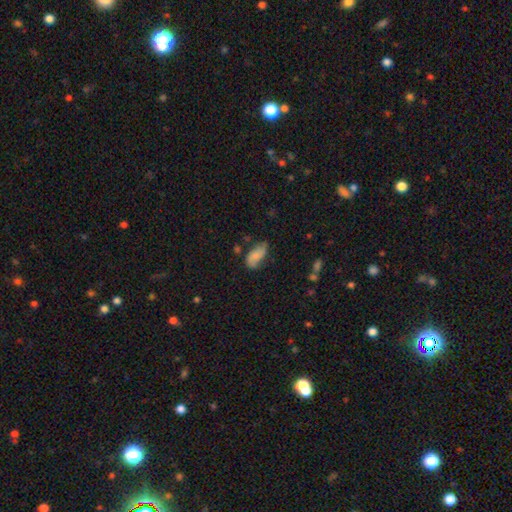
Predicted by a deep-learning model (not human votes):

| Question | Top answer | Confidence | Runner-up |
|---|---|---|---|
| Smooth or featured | smooth | 70% | featured or disk (22%) |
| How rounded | in between | 90% | cigar-shaped (7%) |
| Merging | none | 50% | minor disturbance (34%) |